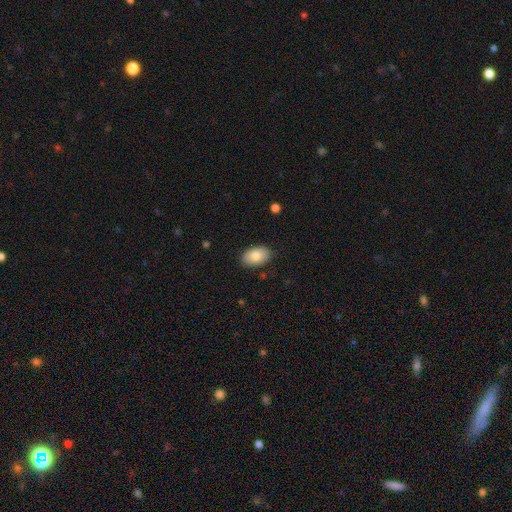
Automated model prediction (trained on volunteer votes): Smooth or featured? smooth (83%)
How rounded? in between (91%)
Merging? none (86%)